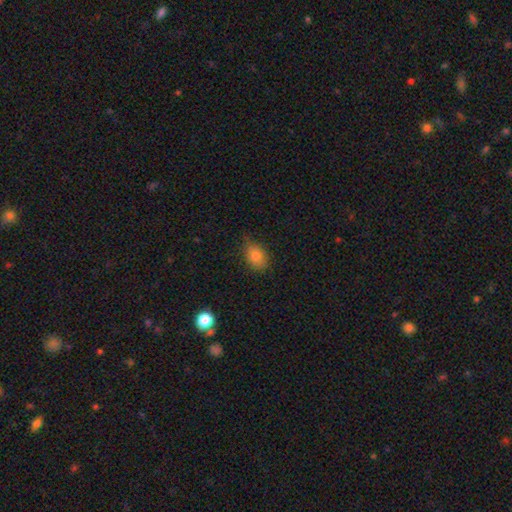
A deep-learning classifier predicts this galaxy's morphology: smooth 80%, star or artifact 10%, featured or disk 9%. Down the decision tree: how rounded — in between (74%); merging — none (75%).